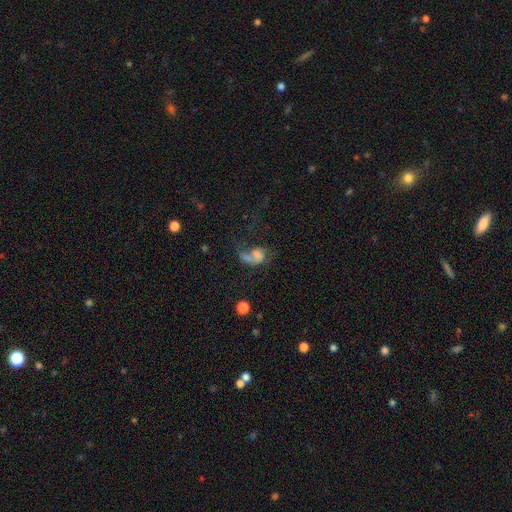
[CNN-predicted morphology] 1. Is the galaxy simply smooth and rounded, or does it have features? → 53% smooth, 33% featured or disk, 14% star or artifact.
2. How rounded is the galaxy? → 69% in between, 29% round, 2% cigar-shaped.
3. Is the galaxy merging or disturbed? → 37% merger, 33% major disturbance, 18% none, 12% minor disturbance.